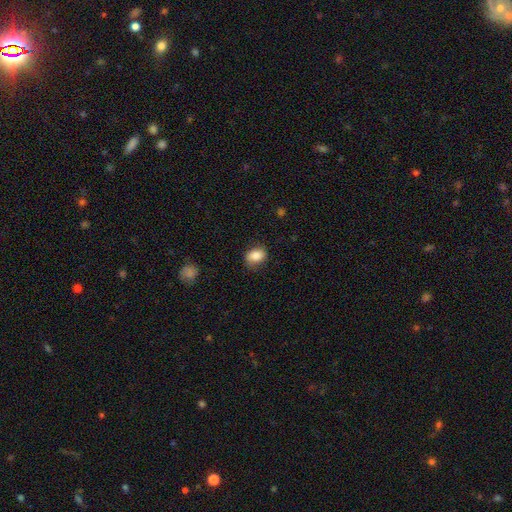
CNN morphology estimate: Smooth or featured: smooth — 83% (star or artifact — 8%)
How rounded: in between — 64% (round — 35%)
Merging: none — 75% (minor disturbance — 19%)